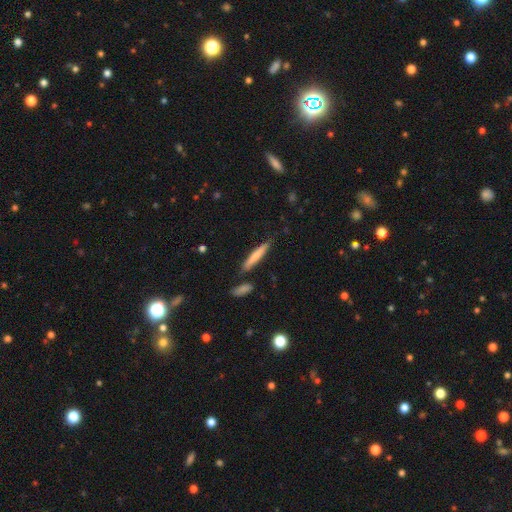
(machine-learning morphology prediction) Smooth or featured?
  - smooth: 67% *
  - featured or disk: 27%
  - star or artifact: 6%
How rounded?
  - cigar-shaped: 92% *
  - in between: 6%
  - round: 1%
Merging?
  - none: 80% *
  - minor disturbance: 12%
  - merger: 6%
  - major disturbance: 2%